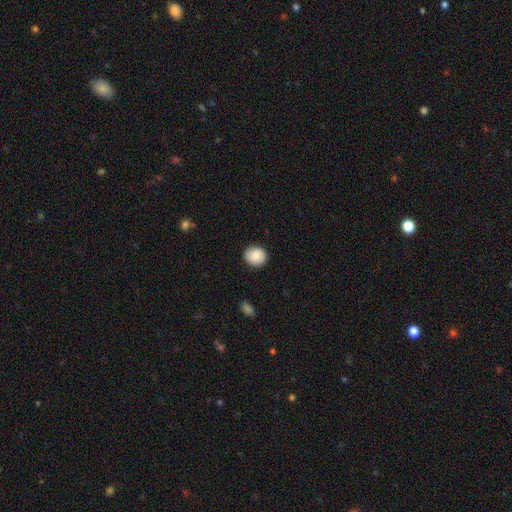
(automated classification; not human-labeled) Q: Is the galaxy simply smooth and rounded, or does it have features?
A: smooth — 85%.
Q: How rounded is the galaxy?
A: round — 84%.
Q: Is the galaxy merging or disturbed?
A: none — 88%.